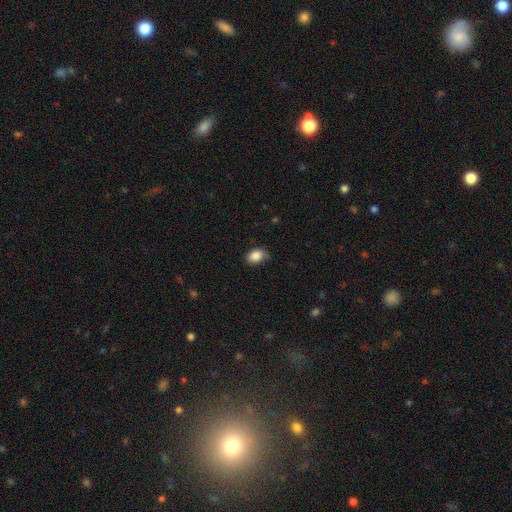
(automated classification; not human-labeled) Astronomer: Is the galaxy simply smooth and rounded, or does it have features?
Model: smooth — 86%.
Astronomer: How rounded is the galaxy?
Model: in between — 73%.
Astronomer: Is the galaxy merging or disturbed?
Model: none — 69%.